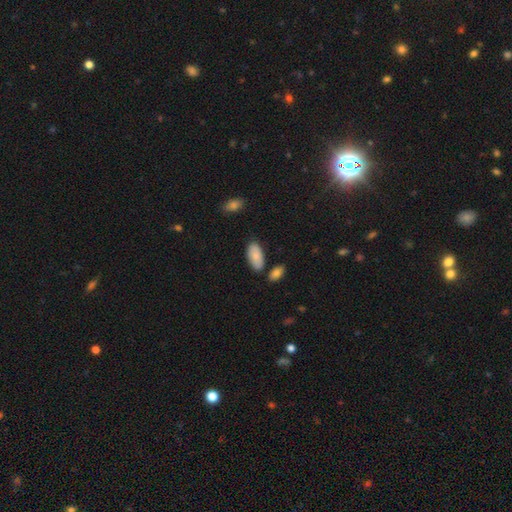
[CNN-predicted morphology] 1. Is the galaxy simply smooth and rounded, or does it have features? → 83% smooth, 11% featured or disk, 6% star or artifact.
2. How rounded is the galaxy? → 94% in between, 4% cigar-shaped, 2% round.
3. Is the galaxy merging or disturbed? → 74% none, 15% minor disturbance, 8% merger, 3% major disturbance.